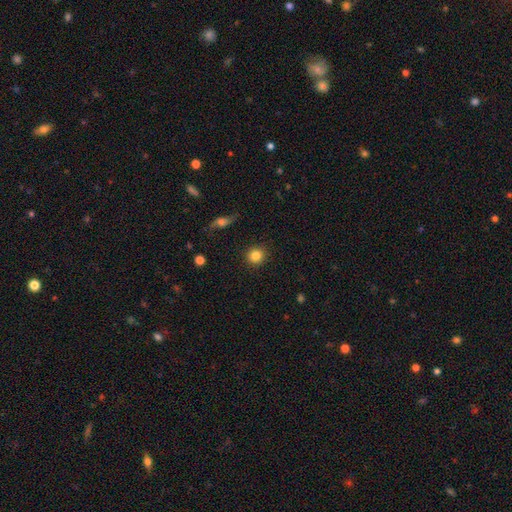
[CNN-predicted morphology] smooth 84%, star or artifact 10%, featured or disk 6%. Down the decision tree: how rounded — round (91%); merging — none (92%).